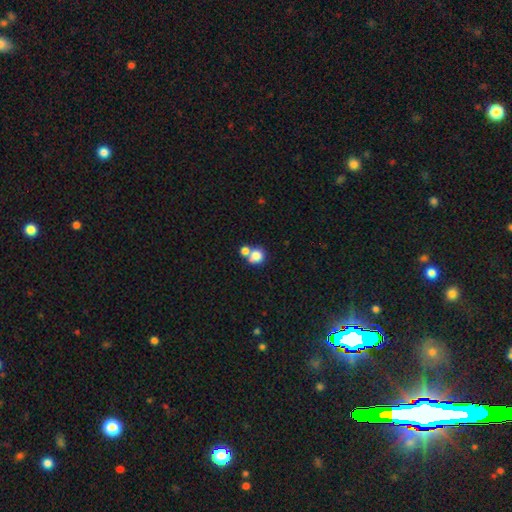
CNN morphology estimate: type=smooth (80%); roundness=round (81%); merging=merger (46%).